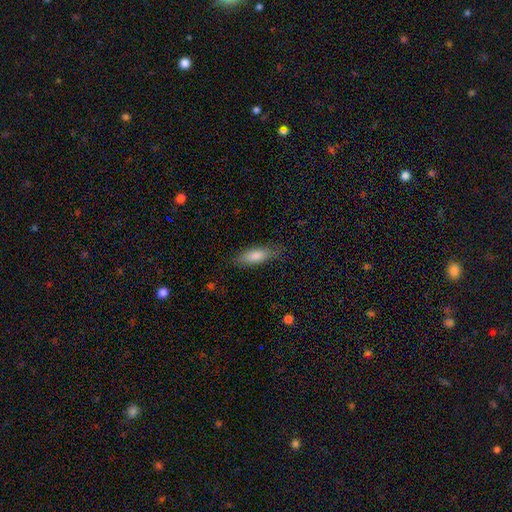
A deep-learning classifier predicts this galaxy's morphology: Overall: smooth (72%). How rounded: cigar-shaped (53%; in between 45%). Merging: none (83%).